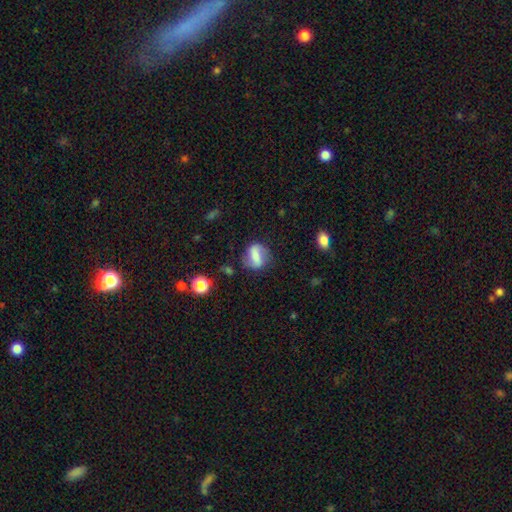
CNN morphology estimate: Q: Smooth or featured?
A: featured or disk (47%); runner-up: smooth (44%)
Q: Merging?
A: none (71%); runner-up: minor disturbance (18%)